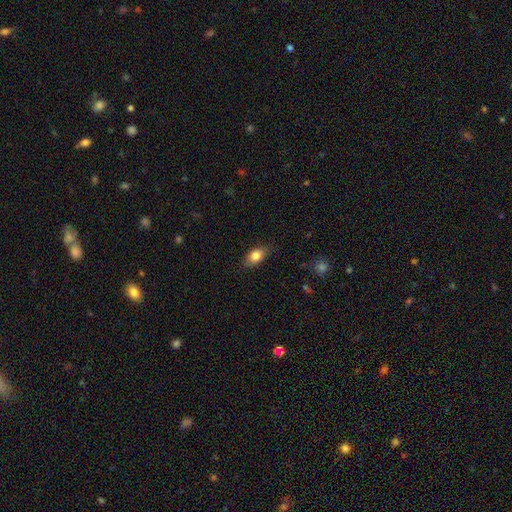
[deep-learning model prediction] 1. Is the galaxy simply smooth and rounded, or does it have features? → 81% smooth, 11% featured or disk, 8% star or artifact.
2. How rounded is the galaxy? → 86% in between, 8% round, 6% cigar-shaped.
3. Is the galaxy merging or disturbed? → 82% none, 15% minor disturbance, 3% major disturbance, 1% merger.